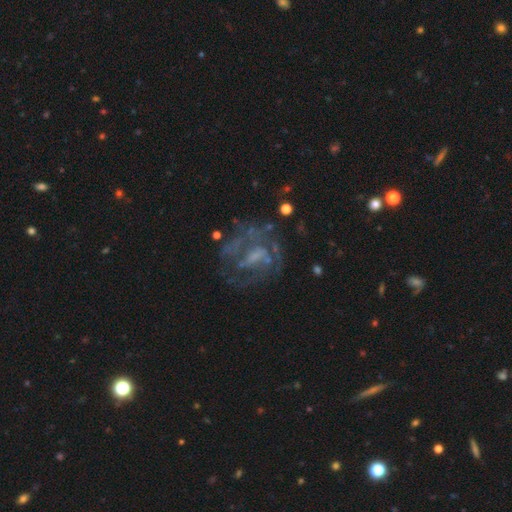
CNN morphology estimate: Smooth or featured?
  - featured or disk: 74% *
  - smooth: 13%
  - star or artifact: 13%
Edge-on disk?
  - no: 97% *
  - yes: 3%
Bar?
  - weak: 41% *
  - no: 40%
  - strong: 19%
Spiral arms?
  - yes: 64% *
  - no: 36%
Bulge size?
  - none: 40% *
  - small: 31%
  - moderate: 23%
  - large: 4%
  - dominant: 1%
Merging?
  - none: 56% *
  - major disturbance: 24%
  - minor disturbance: 17%
  - merger: 3%